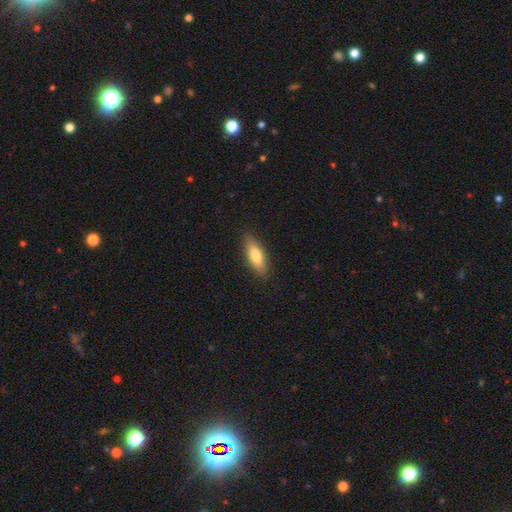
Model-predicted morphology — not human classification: type=smooth (73%); roundness=in between (58%); merging=none (86%).